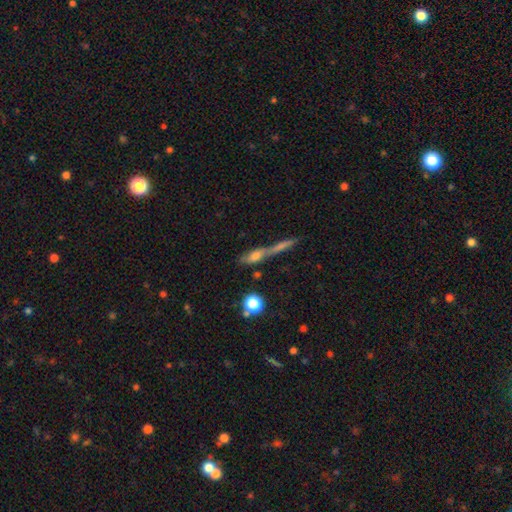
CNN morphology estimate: Overall: featured or disk (46%; smooth 36%). Merging: none (54%; merger 23%).